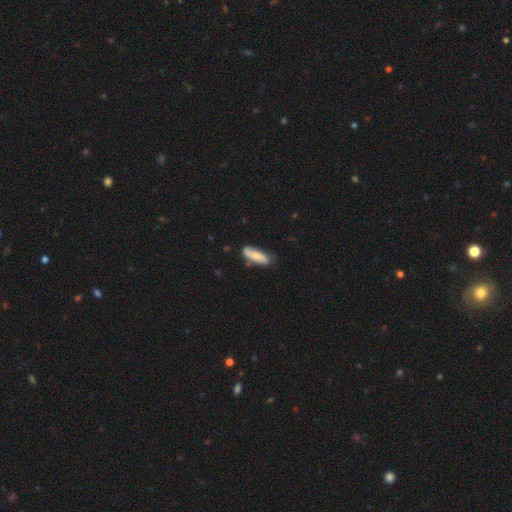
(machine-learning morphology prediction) A smooth galaxy with no disk features (60%) that is in between round and cigar-shaped (59%).

Vote fractions:
- Smooth or featured? smooth: 60% / featured or disk: 34% / star or artifact: 6%
- How rounded? in between: 59% / cigar-shaped: 39% / round: 2%
- Merging? none: 69% / minor disturbance: 24% / major disturbance: 5% / merger: 3%